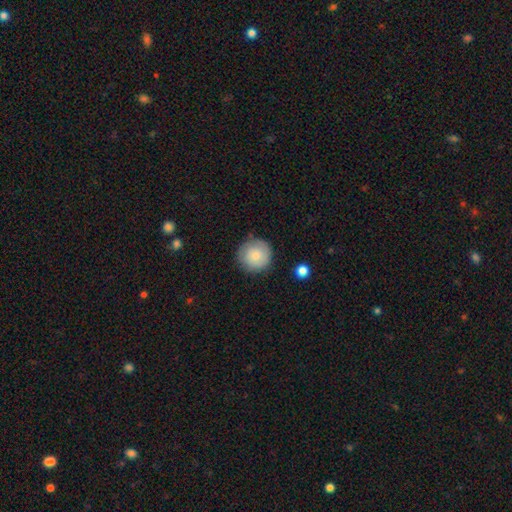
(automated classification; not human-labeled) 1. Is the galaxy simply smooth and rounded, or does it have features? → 78% smooth, 15% featured or disk, 7% star or artifact.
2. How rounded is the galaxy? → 95% round, 4% in between, 1% cigar-shaped.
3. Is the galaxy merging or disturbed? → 82% none, 13% minor disturbance, 3% major disturbance, 2% merger.